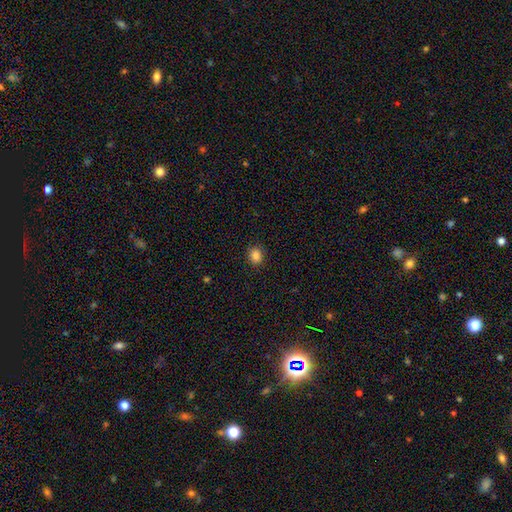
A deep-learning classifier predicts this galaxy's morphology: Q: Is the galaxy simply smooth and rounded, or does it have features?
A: smooth — 84%.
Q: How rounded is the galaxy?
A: round — 69%.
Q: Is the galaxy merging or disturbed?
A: none — 89%.